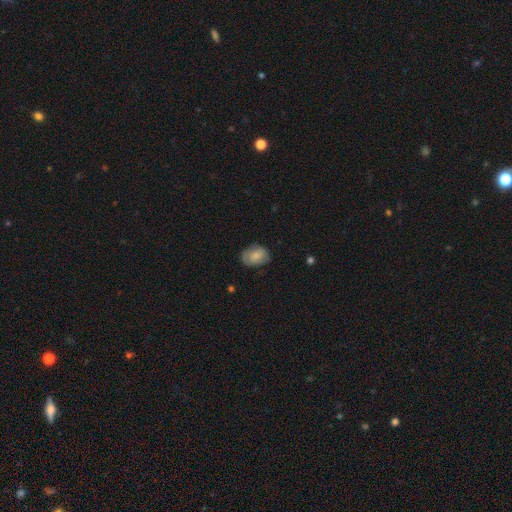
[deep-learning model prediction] Overall: smooth (74%). How rounded: in between (77%). Merging: none (69%).